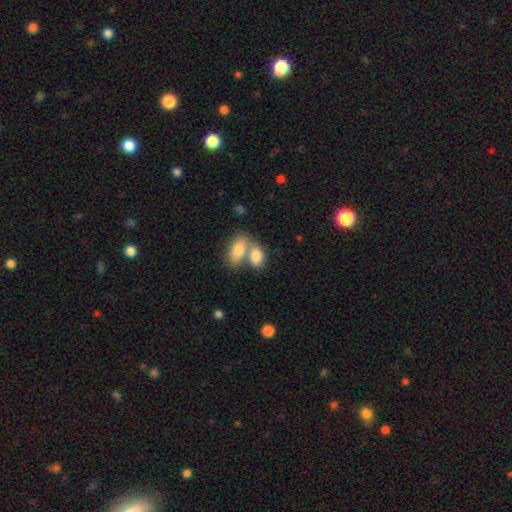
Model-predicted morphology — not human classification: The model was most divided on "merging": merger: 62%, none: 26%, minor disturbance: 8%, major disturbance: 4%. More confident: how rounded — in between (89%); smooth or featured — smooth (82%).